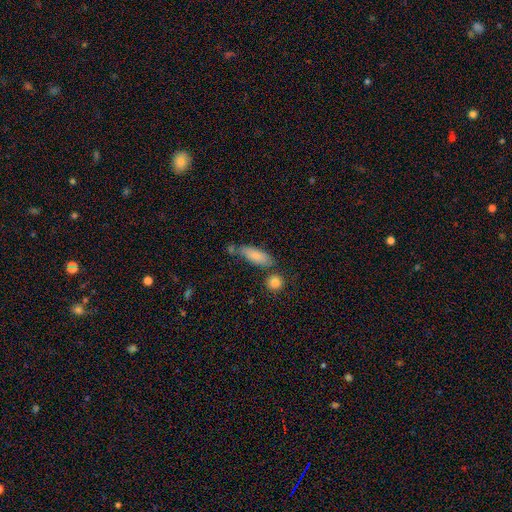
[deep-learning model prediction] Q: Smooth or featured?
A: smooth (82%); runner-up: featured or disk (12%)
Q: How rounded?
A: in between (64%); runner-up: cigar-shaped (34%)
Q: Merging?
A: none (62%); runner-up: minor disturbance (20%)